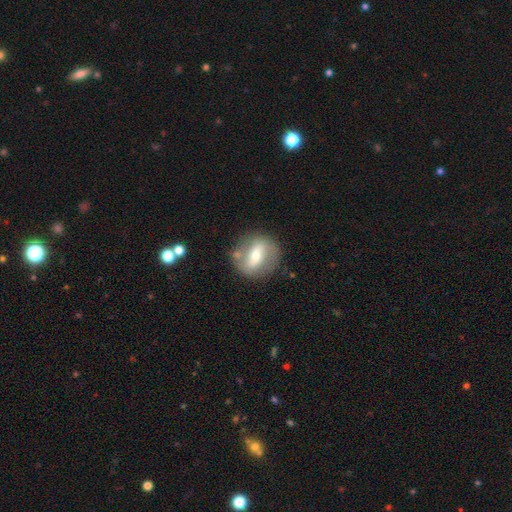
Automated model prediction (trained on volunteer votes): The model was most divided on "spiral arms": no: 54%, yes: 46%. More confident: edge-on disk — no (87%); merging — none (76%); bulge size — moderate (61%); smooth or featured — featured or disk (58%); bar — strong (51%).